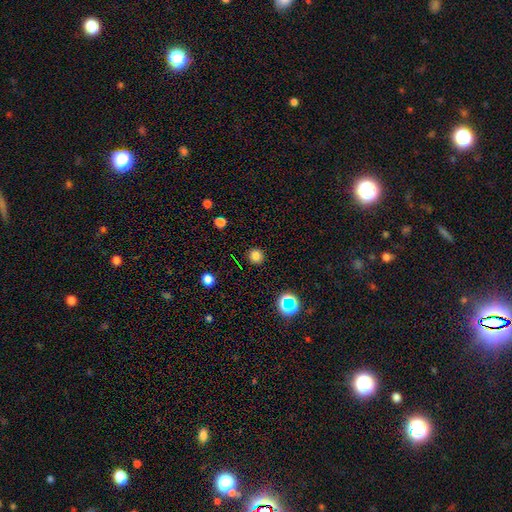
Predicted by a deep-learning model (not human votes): This appears to be a smooth galaxy with no disk features (79%) that is round (93%). Merging: none (91%).